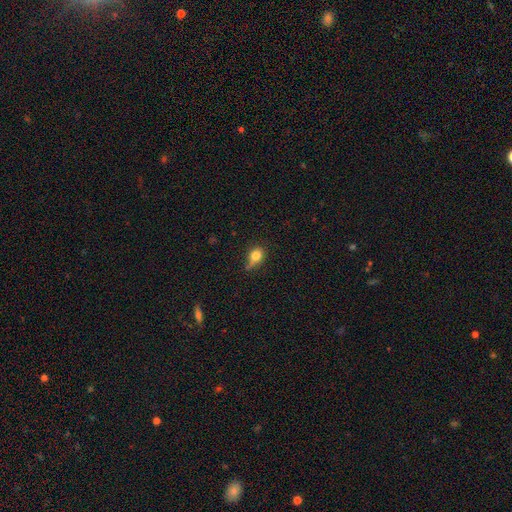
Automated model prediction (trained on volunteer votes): smooth-or-featured: smooth: 78% | featured or disk: 11% | star or artifact: 11%
  how-rounded: round: 57% | in between: 40% | cigar-shaped: 3%
  merging: none: 45% | minor disturbance: 35% | major disturbance: 13% | merger: 7%